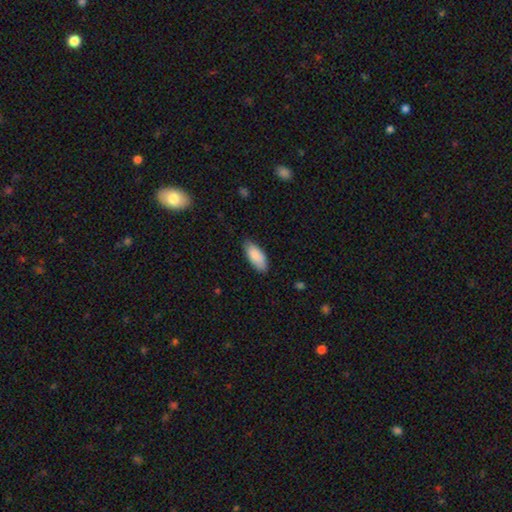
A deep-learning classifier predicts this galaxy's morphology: Q: Smooth or featured?
A: smooth (88%); runner-up: featured or disk (7%)
Q: How rounded?
A: in between (86%); runner-up: cigar-shaped (12%)
Q: Merging?
A: none (80%); runner-up: minor disturbance (16%)